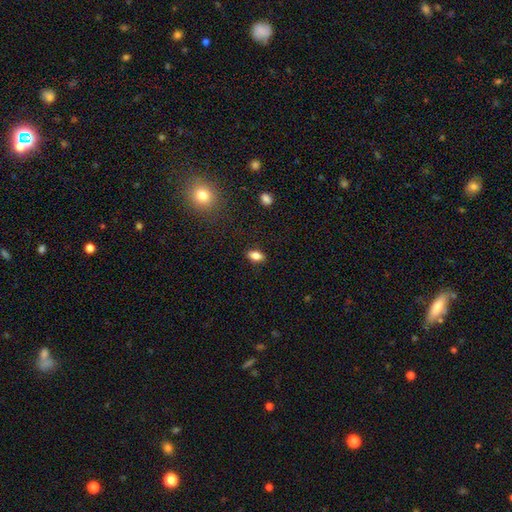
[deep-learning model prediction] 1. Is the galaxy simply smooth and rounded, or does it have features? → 80% smooth, 11% featured or disk, 9% star or artifact.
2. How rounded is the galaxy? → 86% in between, 7% round, 7% cigar-shaped.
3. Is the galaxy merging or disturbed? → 87% none, 9% minor disturbance, 2% major disturbance, 1% merger.